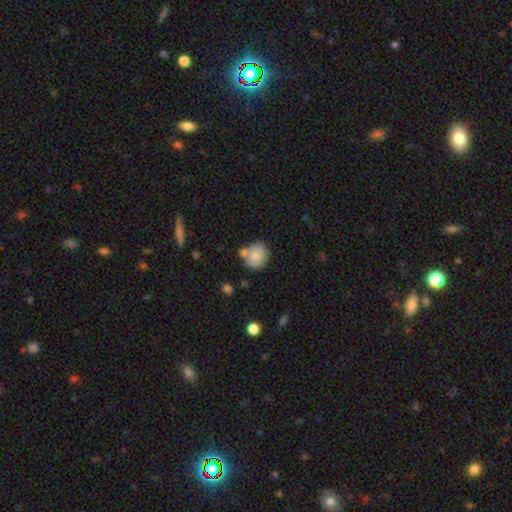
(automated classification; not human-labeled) A smooth galaxy with no disk features (82%) that is round (84%).

Vote fractions:
- Smooth or featured? smooth: 82% / featured or disk: 10% / star or artifact: 8%
- How rounded? round: 84% / in between: 15% / cigar-shaped: 1%
- Merging? none: 65% / merger: 17% / minor disturbance: 14% / major disturbance: 4%